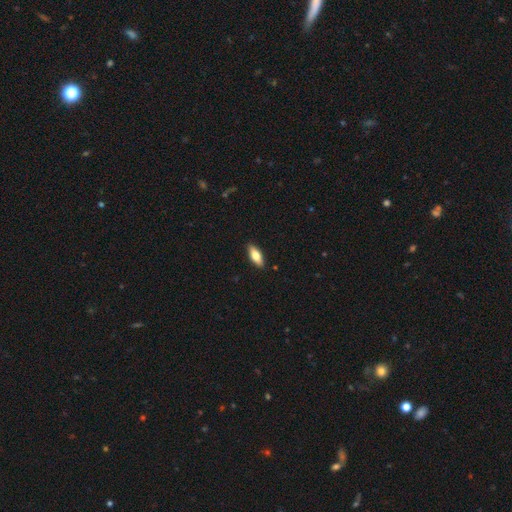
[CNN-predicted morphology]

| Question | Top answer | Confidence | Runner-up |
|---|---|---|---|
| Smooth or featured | smooth | 73% | featured or disk (21%) |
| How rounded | in between | 78% | cigar-shaped (20%) |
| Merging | none | 90% | minor disturbance (8%) |